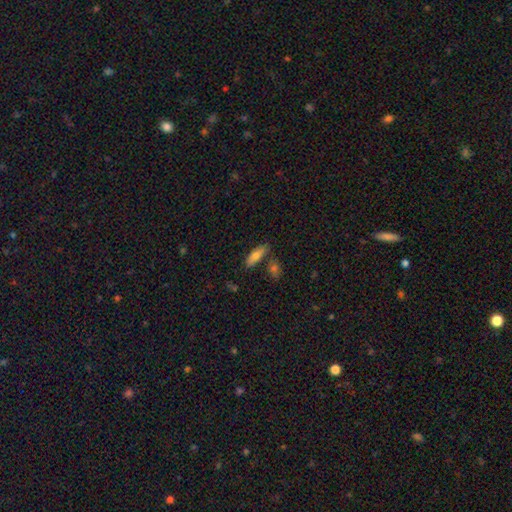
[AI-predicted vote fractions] A smooth galaxy with no disk features (74%) that is in between round and cigar-shaped (59%). Merging: none (72%).